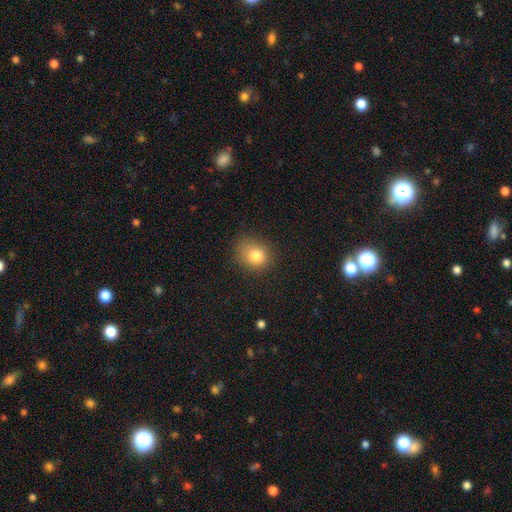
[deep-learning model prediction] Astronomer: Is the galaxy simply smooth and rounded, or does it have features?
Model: smooth — 81%.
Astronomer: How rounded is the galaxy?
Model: round — 65%.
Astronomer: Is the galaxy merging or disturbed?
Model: none — 73%.